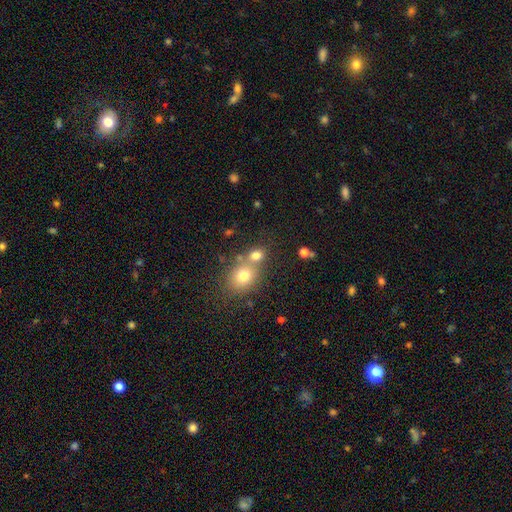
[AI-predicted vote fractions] Smooth or featured?
  - smooth: 75% *
  - star or artifact: 14%
  - featured or disk: 11%
How rounded?
  - round: 56% *
  - in between: 43%
  - cigar-shaped: 1%
Merging?
  - none: 45% *
  - merger: 42%
  - minor disturbance: 9%
  - major disturbance: 4%